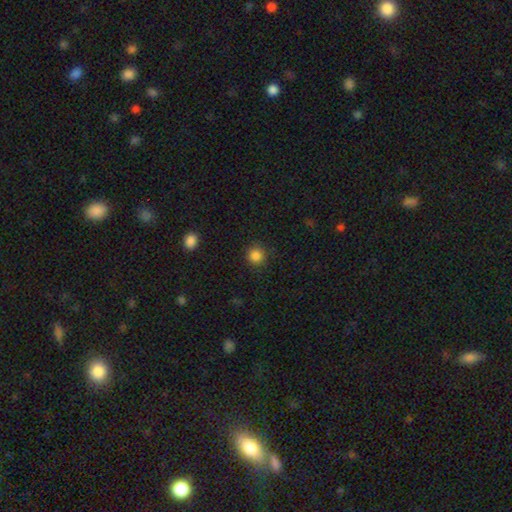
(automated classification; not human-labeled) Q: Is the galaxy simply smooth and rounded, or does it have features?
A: smooth — 85%.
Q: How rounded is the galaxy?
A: round — 93%.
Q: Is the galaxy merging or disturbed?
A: none — 89%.